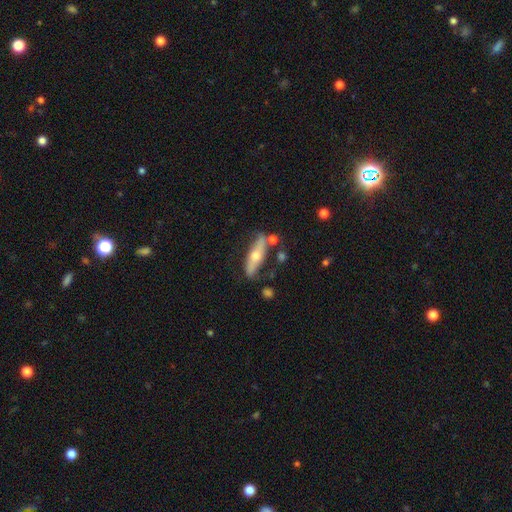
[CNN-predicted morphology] featured or disk 53%, smooth 41%, star or artifact 6%. Down the decision tree: edge-on disk — yes (68%); merging — none (71%).